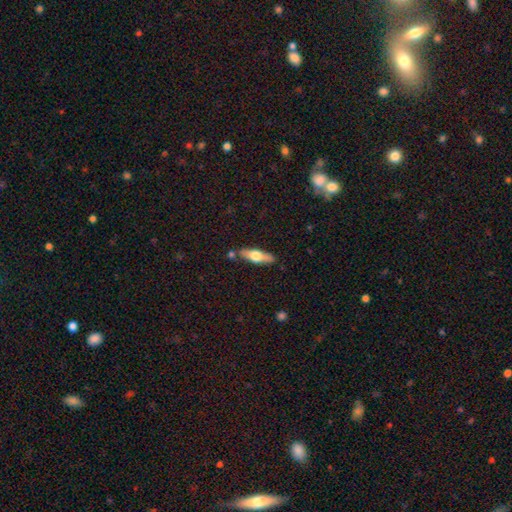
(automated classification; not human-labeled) This appears to be a featured or disk galaxy (49%). Merging: none (83%).